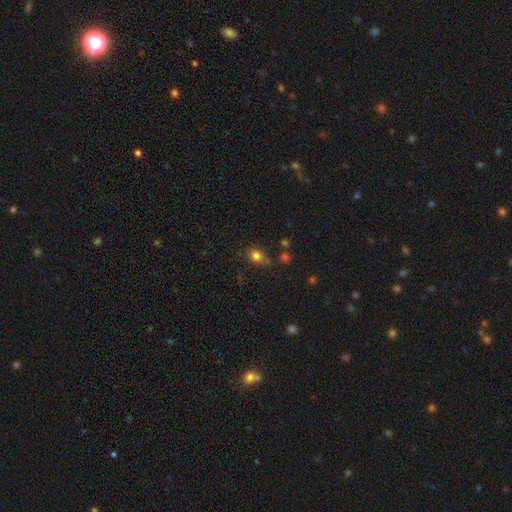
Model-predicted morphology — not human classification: The model was most divided on "how rounded": in between: 52%, round: 47%, cigar-shaped: 2%. More confident: smooth or featured — smooth (80%); merging — none (68%).